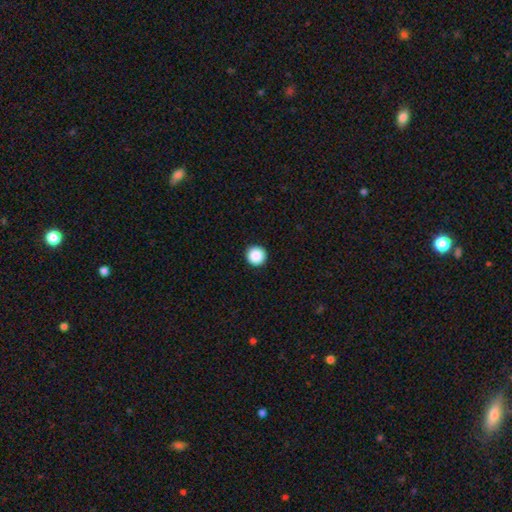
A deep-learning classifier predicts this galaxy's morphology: smooth-or-featured: smooth: 89% | star or artifact: 9% | featured or disk: 2%
  how-rounded: round: 96% | in between: 3% | cigar-shaped: 1%
  merging: none: 94% | minor disturbance: 4% | major disturbance: 1% | merger: 1%